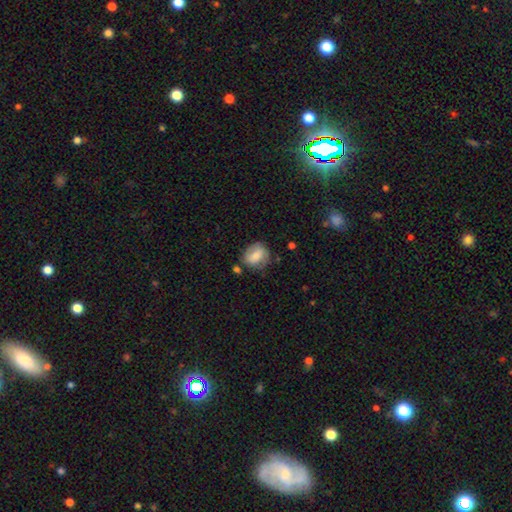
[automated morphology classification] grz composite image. It shows a smooth galaxy with no disk features (69%) that is round (54%). Merging: none (67%).